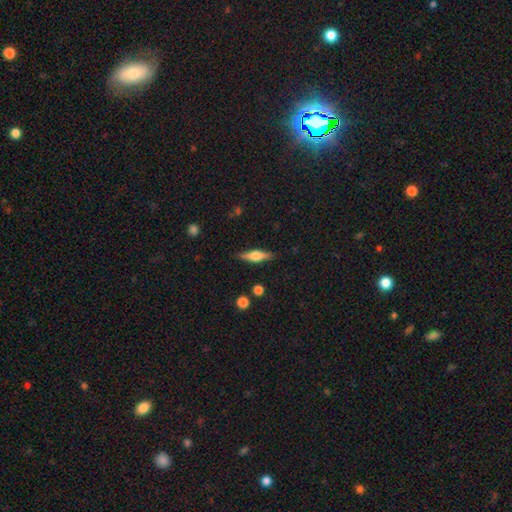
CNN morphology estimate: This is possibly a featured or disk galaxy (55%). It is clearly viewed edge-on (95%). Edge-on bulge: clearly rounded (88%). Merging: clearly none (87%).